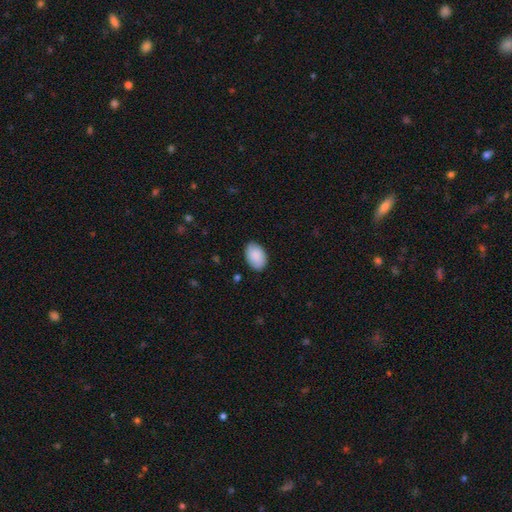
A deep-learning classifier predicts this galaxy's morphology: A smooth galaxy with no disk features (87%) that is in between round and cigar-shaped (89%). Merging: none (86%).